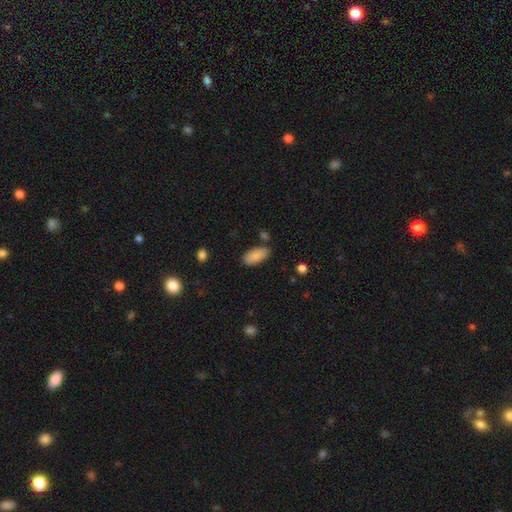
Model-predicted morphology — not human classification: smooth 88%, star or artifact 7%, featured or disk 6%. Down the decision tree: how rounded — in between (90%); merging — none (78%).